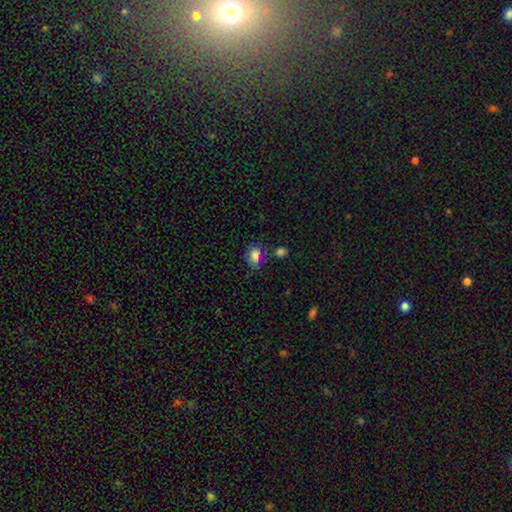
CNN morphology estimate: The model was most divided on "how rounded": in between: 64%, round: 34%, cigar-shaped: 1%. More confident: smooth or featured — smooth (81%); merging — none (66%).